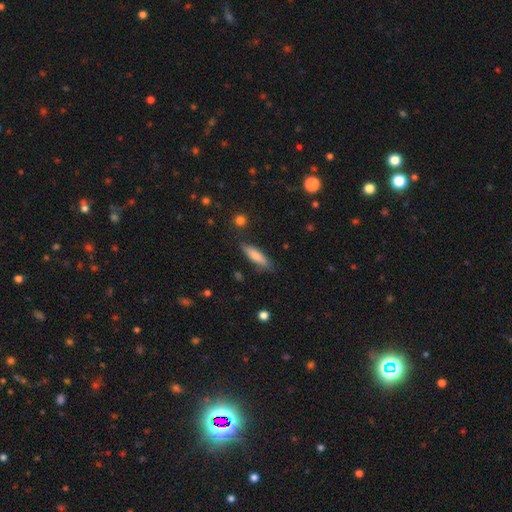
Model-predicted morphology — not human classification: This is likely a smooth galaxy (79%). How rounded: likely cigar-shaped (62%). Merging: likely none (77%).